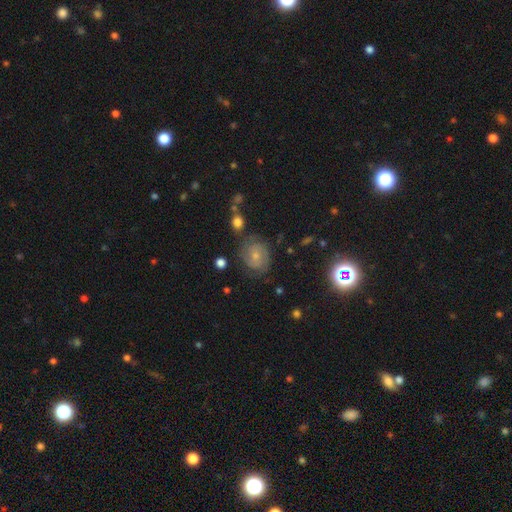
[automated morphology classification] A featured or disk galaxy (60%) with no bar (72%), spiral arms (86%) and a small central bulge (60%). Merging: none (69%).